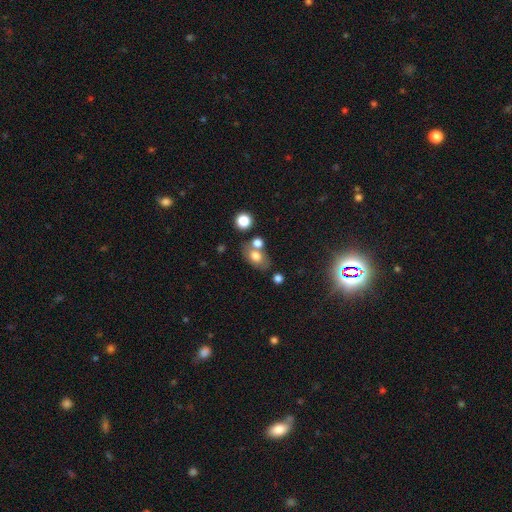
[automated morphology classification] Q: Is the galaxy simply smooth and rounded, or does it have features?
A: smooth — 72%.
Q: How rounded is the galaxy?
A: in between — 79%.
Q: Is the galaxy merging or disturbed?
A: none — 54%.